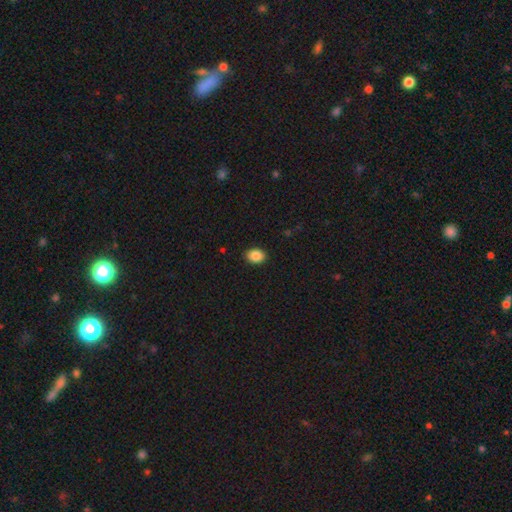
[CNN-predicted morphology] This is clearly a smooth galaxy (88%). How rounded: likely in between (67%). Merging: clearly none (89%).